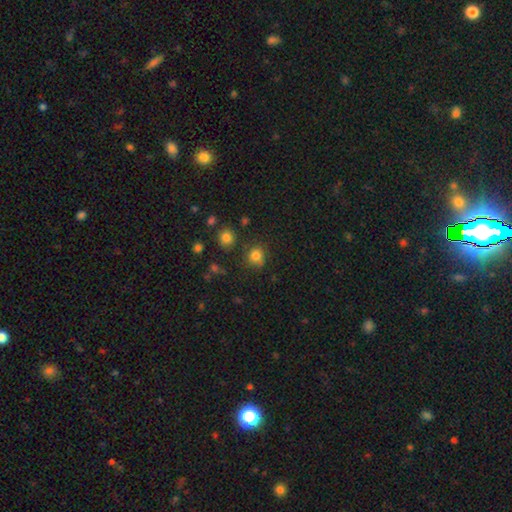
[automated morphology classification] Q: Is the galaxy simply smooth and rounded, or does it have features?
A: smooth — 80%.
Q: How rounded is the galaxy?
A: round — 80%.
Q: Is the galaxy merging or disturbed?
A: none — 72%.